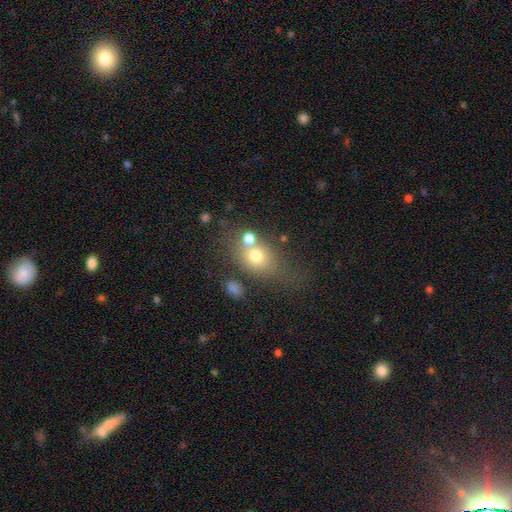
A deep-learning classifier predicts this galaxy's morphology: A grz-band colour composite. It shows a smooth galaxy with no disk features (67%) that is in between round and cigar-shaped (51%). Merging: none (46%).